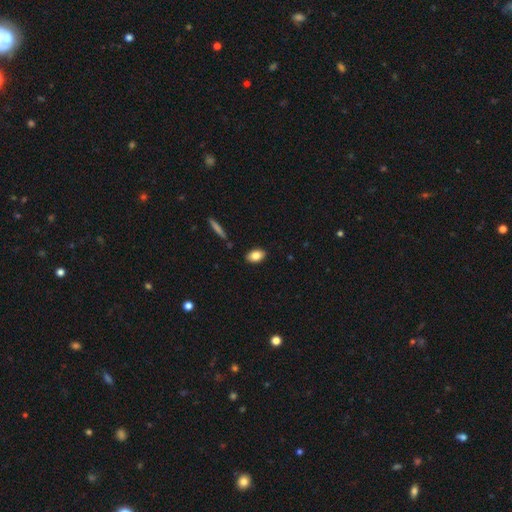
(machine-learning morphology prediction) This is clearly a smooth galaxy (83%). How rounded: clearly in between (89%). Merging: clearly none (87%).